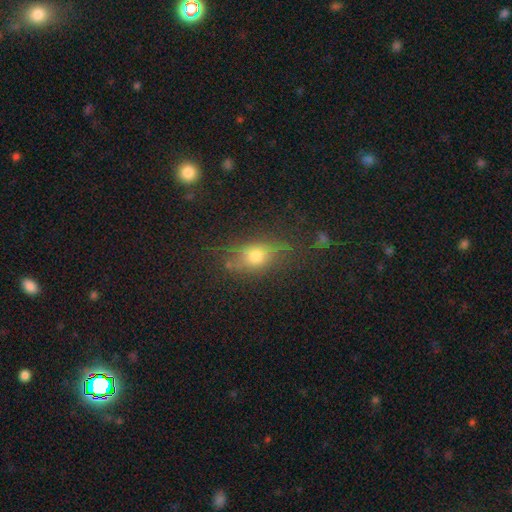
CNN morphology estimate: This appears to be a smooth galaxy with no disk features (63%) that is in between round and cigar-shaped (66%). Merging: none (65%).